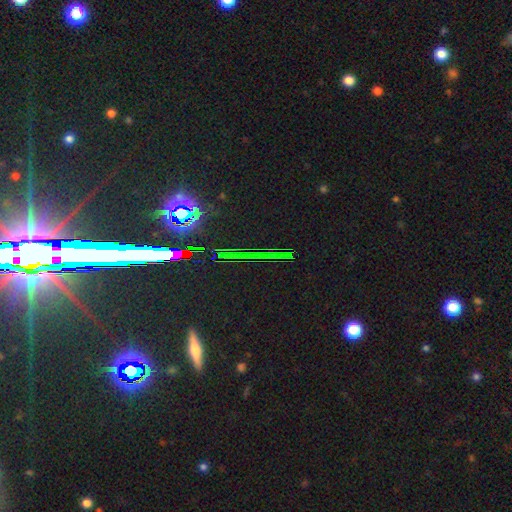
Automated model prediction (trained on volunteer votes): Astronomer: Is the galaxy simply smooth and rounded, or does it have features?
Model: star or artifact — 76%.